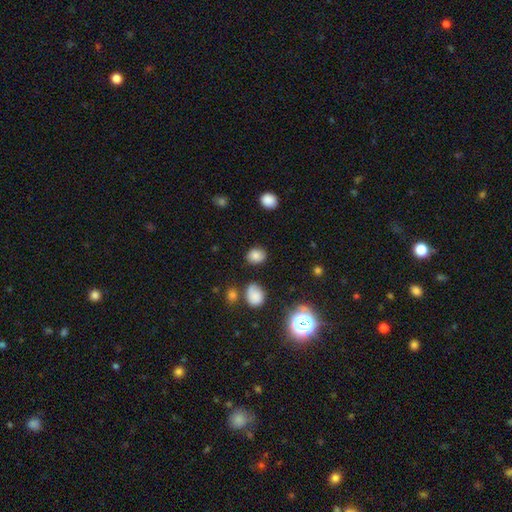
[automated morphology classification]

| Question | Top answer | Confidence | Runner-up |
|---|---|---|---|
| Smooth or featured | smooth | 81% | star or artifact (12%) |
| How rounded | round | 57% | in between (42%) |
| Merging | none | 80% | minor disturbance (13%) |